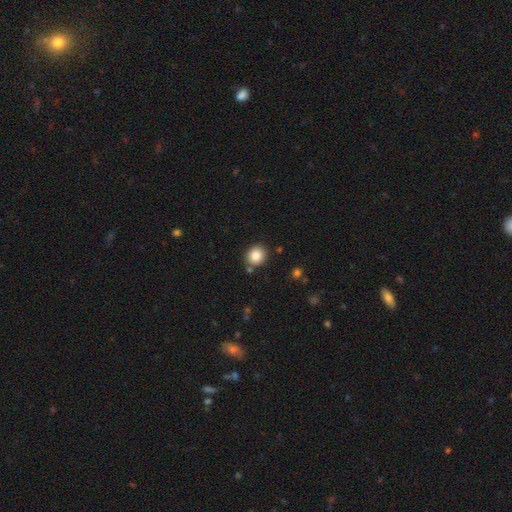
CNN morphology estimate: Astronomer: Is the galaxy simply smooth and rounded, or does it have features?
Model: smooth — 85%.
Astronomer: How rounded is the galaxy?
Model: round — 85%.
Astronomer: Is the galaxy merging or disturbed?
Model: none — 82%.